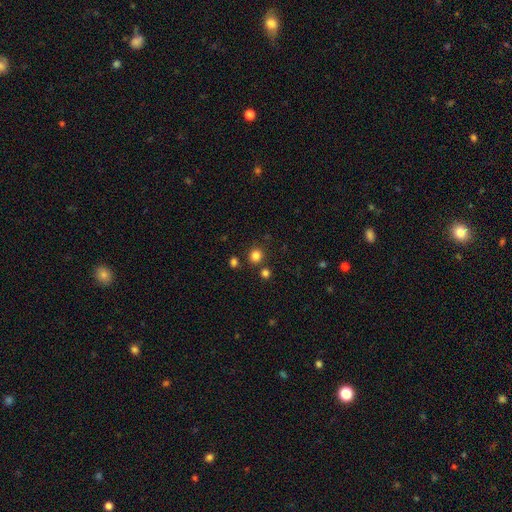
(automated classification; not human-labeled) This is clearly a smooth galaxy (81%). How rounded: clearly round (89%). Merging: clearly none (83%).